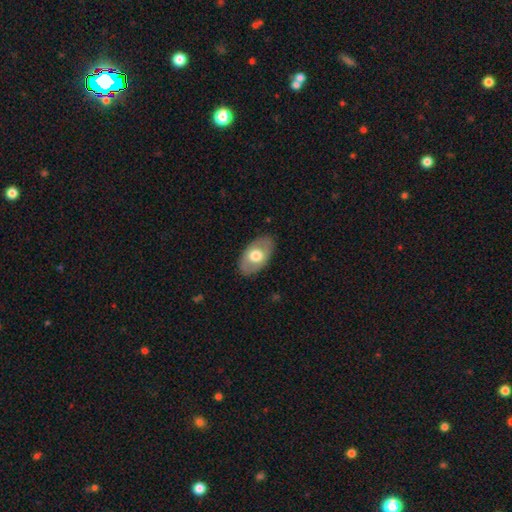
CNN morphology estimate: smooth_or_featured: smooth (p=0.60) [alt: featured or disk p=0.35]
how_rounded: in between (p=0.92) [alt: round p=0.07]
merging: none (p=0.83) [alt: minor disturbance p=0.12]